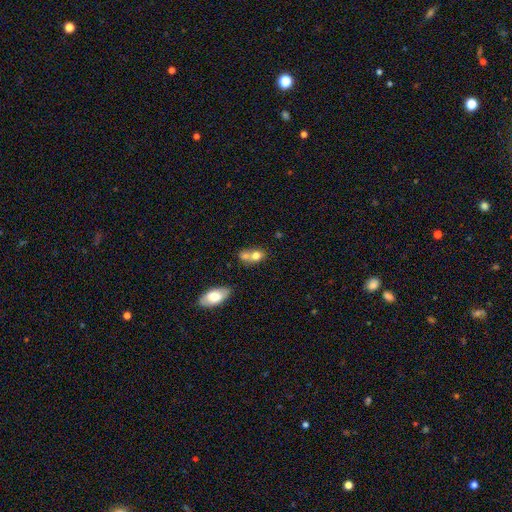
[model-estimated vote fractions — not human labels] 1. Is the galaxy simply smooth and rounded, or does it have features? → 75% smooth, 16% featured or disk, 9% star or artifact.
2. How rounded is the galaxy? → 50% in between, 47% round, 2% cigar-shaped.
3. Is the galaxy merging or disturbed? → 58% merger, 28% none, 9% minor disturbance, 4% major disturbance.